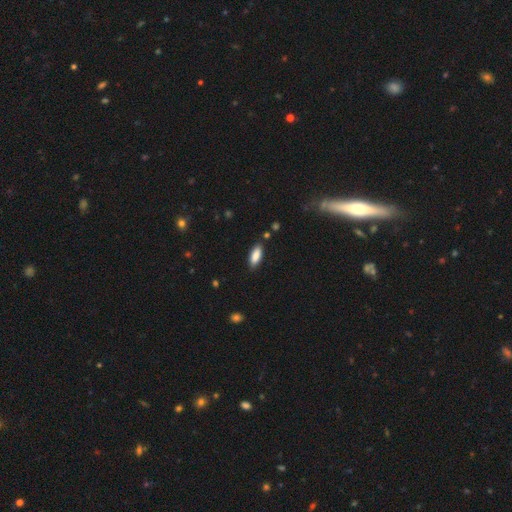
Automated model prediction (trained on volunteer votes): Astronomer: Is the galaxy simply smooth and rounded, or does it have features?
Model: smooth — 87%.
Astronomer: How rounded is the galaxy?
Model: in between — 75%.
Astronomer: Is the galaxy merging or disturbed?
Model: none — 85%.